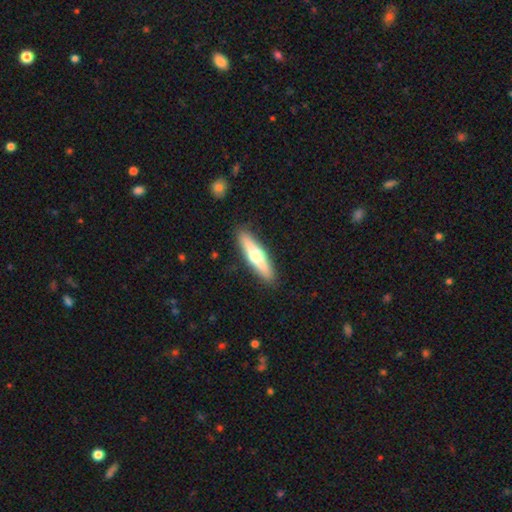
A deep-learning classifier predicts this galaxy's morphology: Smooth or featured? featured or disk (51%)
Edge-on disk? yes (92%)
Merging? none (90%)